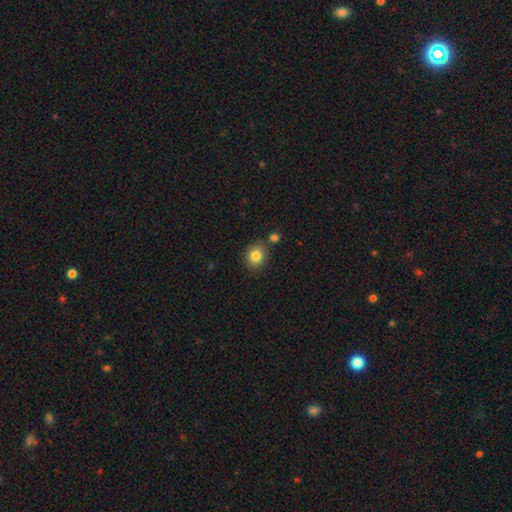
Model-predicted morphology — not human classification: type=smooth (84%); roundness=round (72%); merging=none (74%).